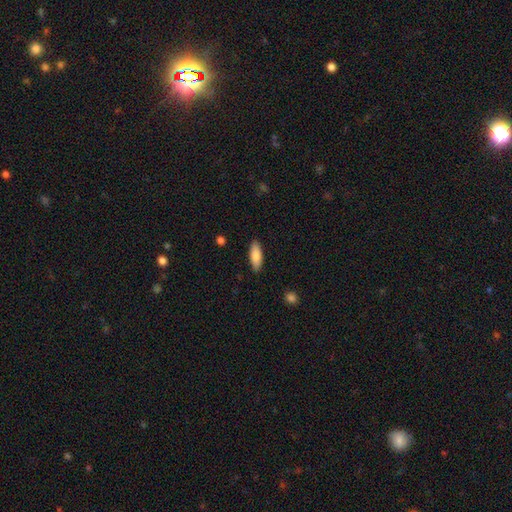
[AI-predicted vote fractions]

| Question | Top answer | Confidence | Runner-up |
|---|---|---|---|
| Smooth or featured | smooth | 87% | featured or disk (8%) |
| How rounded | in between | 68% | cigar-shaped (30%) |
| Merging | none | 88% | minor disturbance (9%) |